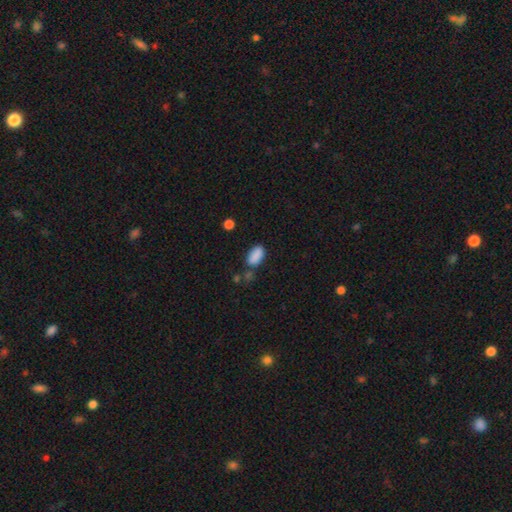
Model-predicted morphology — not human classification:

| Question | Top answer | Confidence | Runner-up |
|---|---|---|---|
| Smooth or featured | smooth | 86% | star or artifact (9%) |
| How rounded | in between | 91% | cigar-shaped (5%) |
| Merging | none | 64% | minor disturbance (19%) |